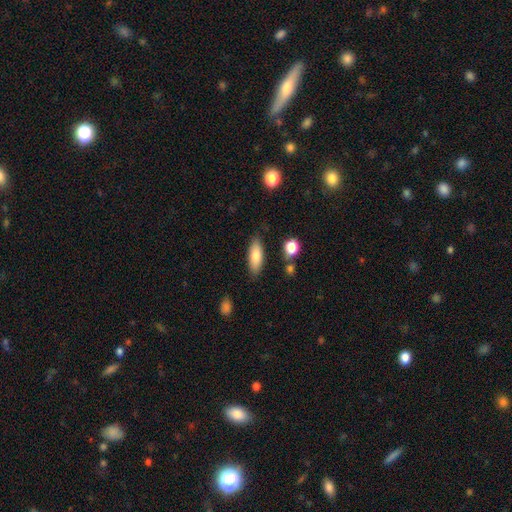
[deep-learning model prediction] Smooth or featured? Predicted: smooth (p=0.78). How rounded? Predicted: in between (p=0.71). Merging? Predicted: none (p=0.82).